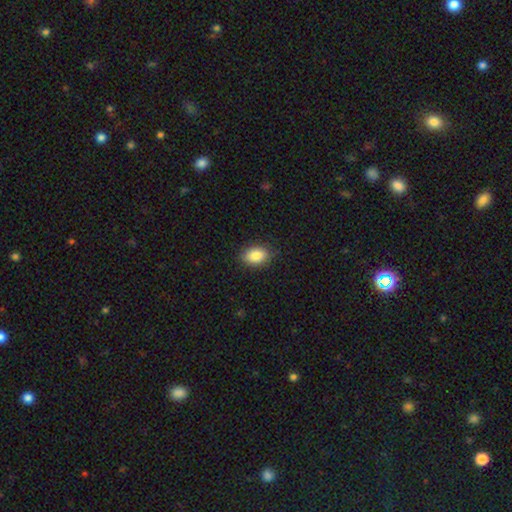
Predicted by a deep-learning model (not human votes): Morphology: type=smooth (87%); roundness=in between (85%); merging=none (85%).